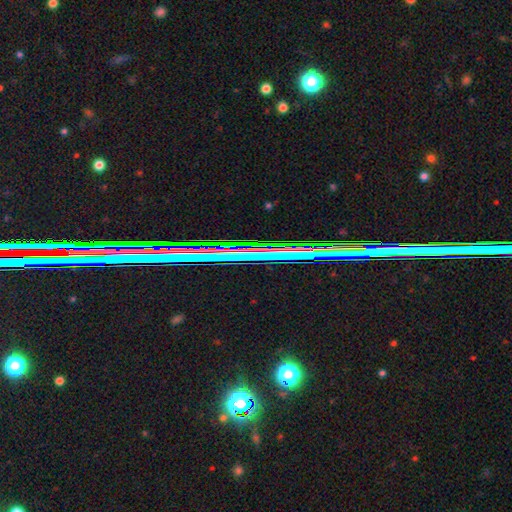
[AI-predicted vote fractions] Smooth or featured? star or artifact (72%)